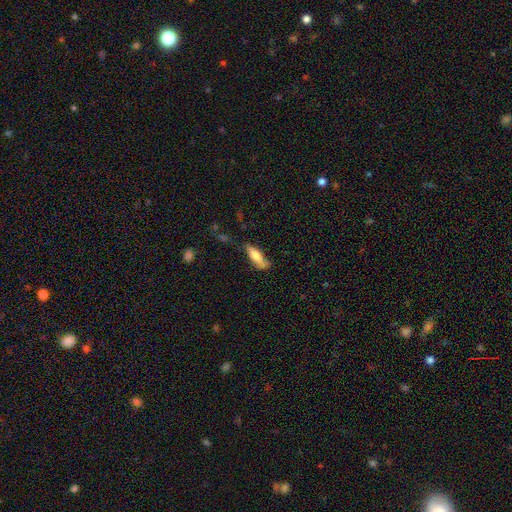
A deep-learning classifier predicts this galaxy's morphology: Overall: smooth (70%). How rounded: cigar-shaped (50%; in between 48%). Merging: none (55%; minor disturbance 30%).